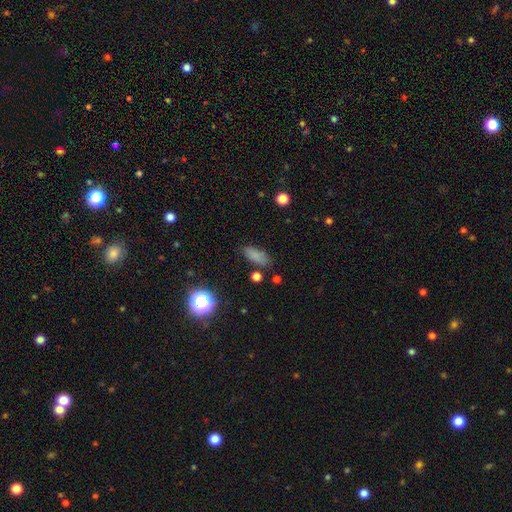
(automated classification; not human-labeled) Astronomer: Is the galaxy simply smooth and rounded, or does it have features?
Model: smooth — 79%.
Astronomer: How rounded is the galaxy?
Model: in between — 72%.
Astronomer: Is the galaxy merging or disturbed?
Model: none — 76%.